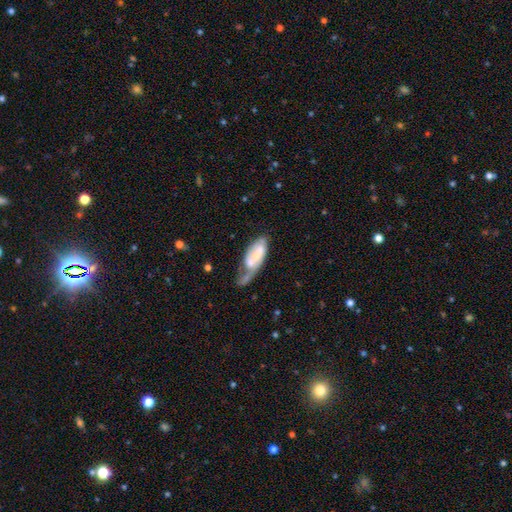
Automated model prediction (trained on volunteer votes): Smooth or featured? Predicted: featured or disk (p=0.55). Edge-on disk? Predicted: no (p=0.91). Bar? Predicted: no (p=0.63). Spiral arms? Predicted: yes (p=0.62). Bulge size? Predicted: small (p=0.46). Merging? Predicted: merger (p=0.30).